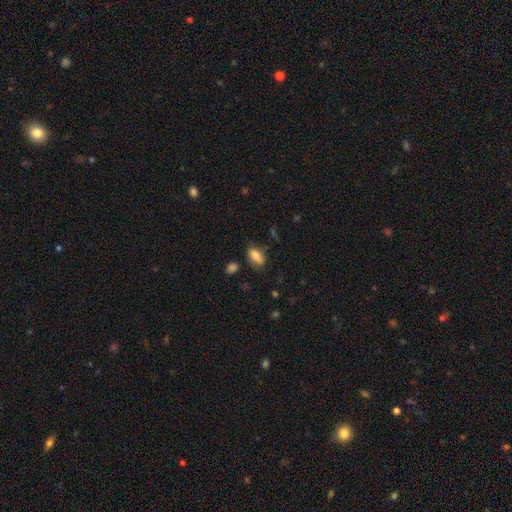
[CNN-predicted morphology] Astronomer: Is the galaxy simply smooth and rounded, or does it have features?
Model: smooth — 71%.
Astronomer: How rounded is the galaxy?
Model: in between — 87%.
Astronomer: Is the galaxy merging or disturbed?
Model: none — 67%.